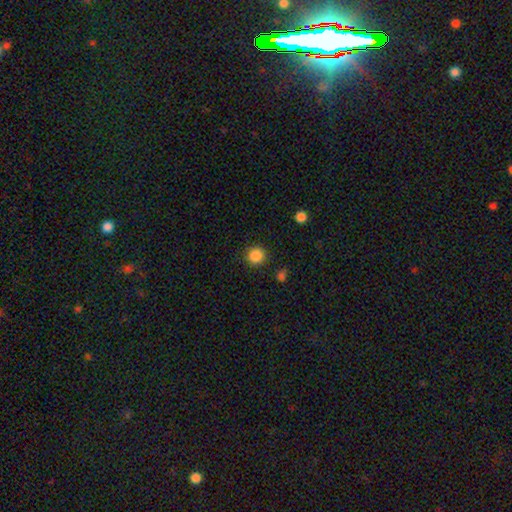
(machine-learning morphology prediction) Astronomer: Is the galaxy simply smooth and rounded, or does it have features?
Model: smooth — 87%.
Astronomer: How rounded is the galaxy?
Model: round — 93%.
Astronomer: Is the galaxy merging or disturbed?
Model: none — 89%.